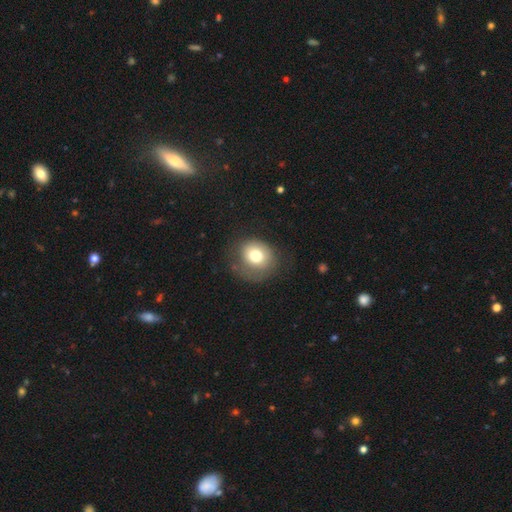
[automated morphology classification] This is likely a smooth galaxy (74%). How rounded: likely round (78%). Merging: likely none (60%).